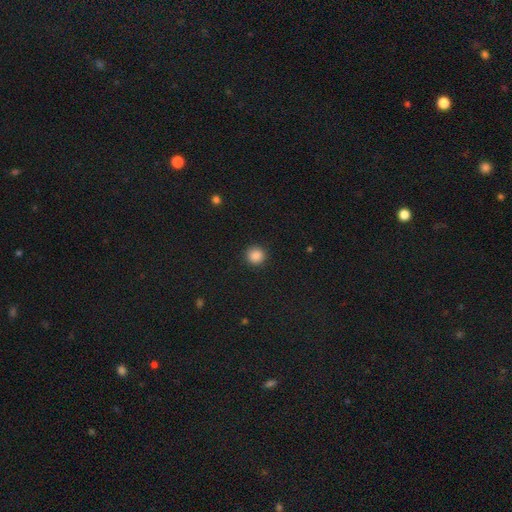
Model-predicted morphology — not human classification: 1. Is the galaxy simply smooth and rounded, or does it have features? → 87% smooth, 10% star or artifact, 3% featured or disk.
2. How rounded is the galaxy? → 94% round, 5% in between, 1% cigar-shaped.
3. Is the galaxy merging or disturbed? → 91% none, 6% minor disturbance, 2% major disturbance, 1% merger.